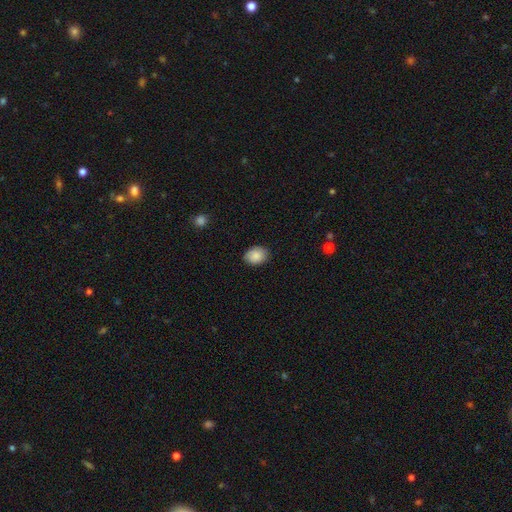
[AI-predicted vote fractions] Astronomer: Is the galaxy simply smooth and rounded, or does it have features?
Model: smooth — 87%.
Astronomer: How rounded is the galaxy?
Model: in between — 64%.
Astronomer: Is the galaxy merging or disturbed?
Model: none — 83%.